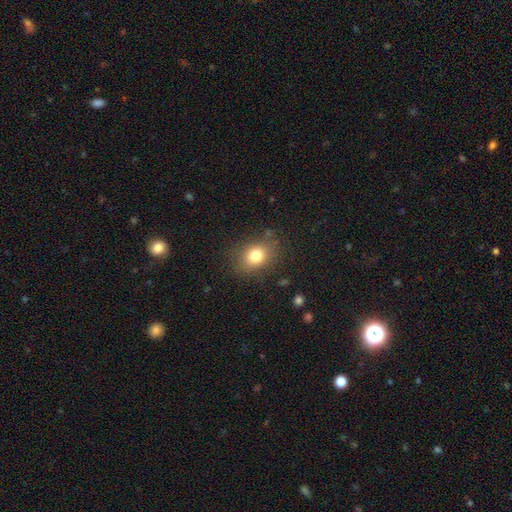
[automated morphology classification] This appears to be a smooth galaxy with no disk features (79%) that is in between round and cigar-shaped (50%). Merging: none (82%).